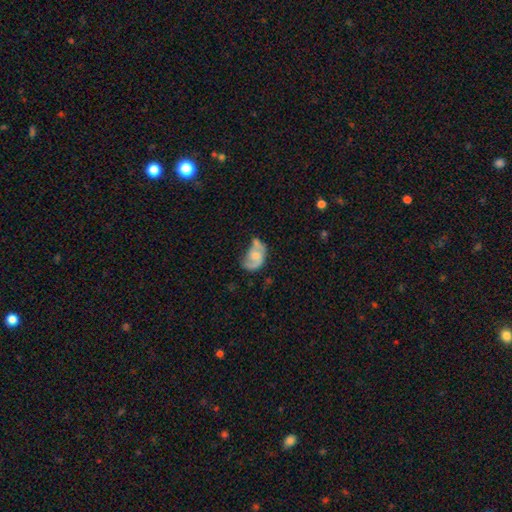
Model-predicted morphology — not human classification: smooth_or_featured: featured or disk (p=0.63) [alt: smooth p=0.30]
disk_edge_on: no (p=0.97) [alt: yes p=0.03]
bar: no (p=0.65) [alt: weak p=0.30]
has_spiral_arms: yes (p=0.83) [alt: no p=0.17]
spiral_winding: medium (p=0.43) [alt: loose p=0.34]
spiral_arm_count: 2 (p=0.60) [alt: 1 p=0.29]
bulge_size: moderate (p=0.32) [alt: small p=0.30]
merging: none (p=0.31) [alt: minor disturbance p=0.29]